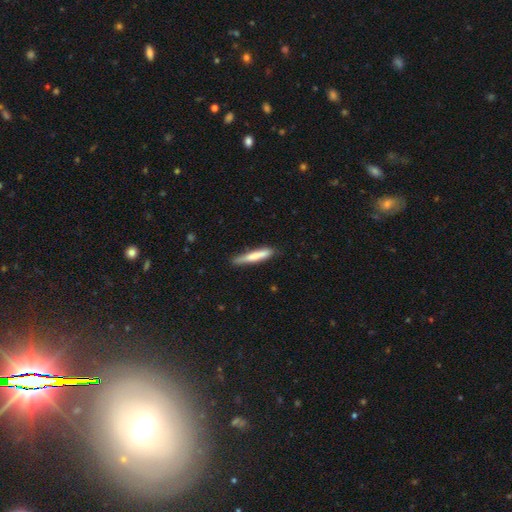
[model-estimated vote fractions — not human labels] Smooth or featured? smooth (74%)
How rounded? cigar-shaped (91%)
Merging? none (76%)